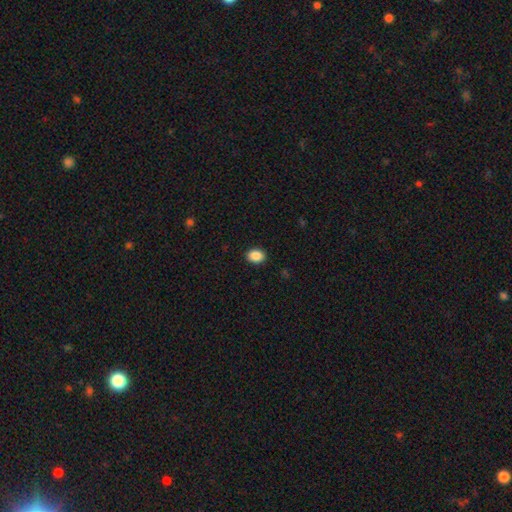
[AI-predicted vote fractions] smooth 88%, star or artifact 9%, featured or disk 3%. Down the decision tree: how rounded — in between (60%); merging — none (91%).